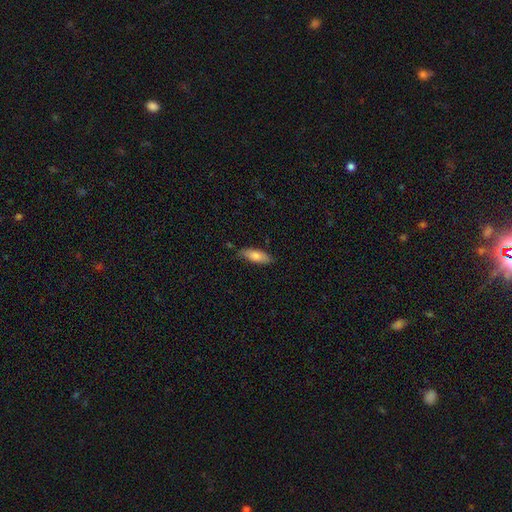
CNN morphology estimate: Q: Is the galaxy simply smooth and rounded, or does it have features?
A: smooth — 77%.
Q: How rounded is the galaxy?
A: in between — 71%.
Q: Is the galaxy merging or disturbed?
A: none — 77%.